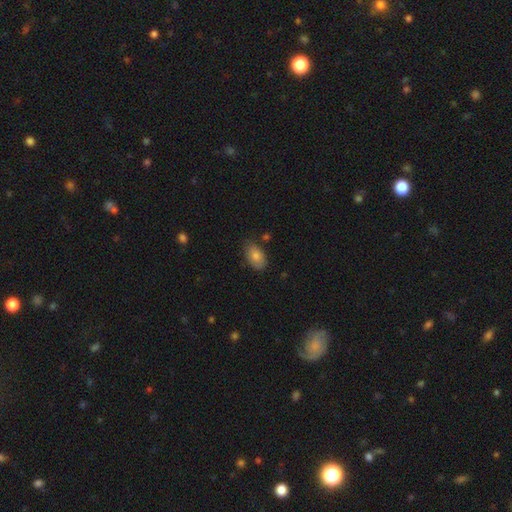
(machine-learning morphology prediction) Smooth or featured? Predicted: smooth (p=0.79). How rounded? Predicted: in between (p=0.91). Merging? Predicted: none (p=0.76).